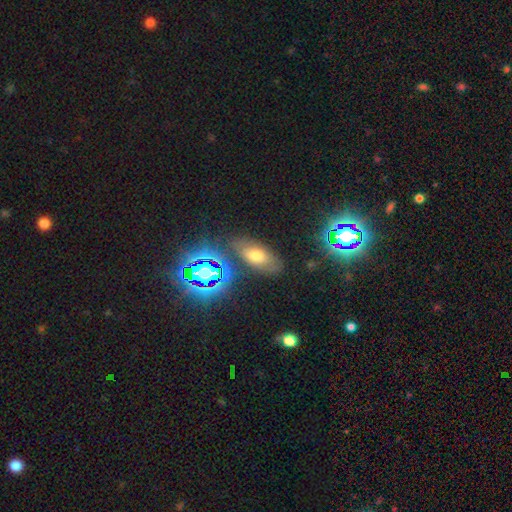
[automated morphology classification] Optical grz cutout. It shows a smooth galaxy with no disk features (54%) that is in between round and cigar-shaped (86%). Merging: none (78%).